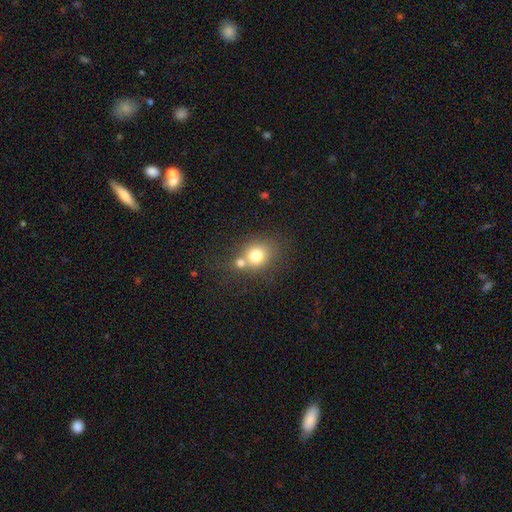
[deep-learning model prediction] Morphology: type=smooth (76%); roundness=round (76%); merging=none (44%).